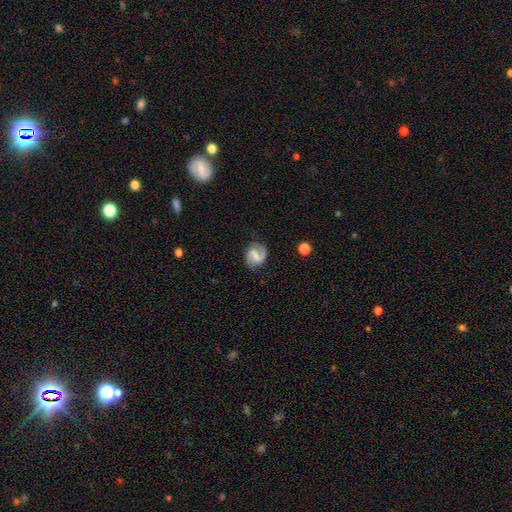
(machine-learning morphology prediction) featured or disk 77%, smooth 16%, star or artifact 7%. Down the decision tree: edge-on disk — no (98%); bar — weak (45%); spiral arms — yes (95%); spiral arm count — 2 (85%); spiral winding — medium (48%); bulge size — none (44%); merging — none (78%).